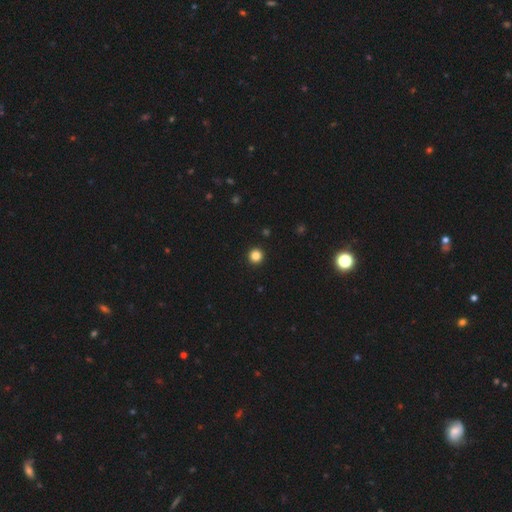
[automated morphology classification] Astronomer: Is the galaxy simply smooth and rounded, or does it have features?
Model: smooth — 85%.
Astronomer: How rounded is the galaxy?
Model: round — 96%.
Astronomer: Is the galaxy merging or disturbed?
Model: none — 94%.